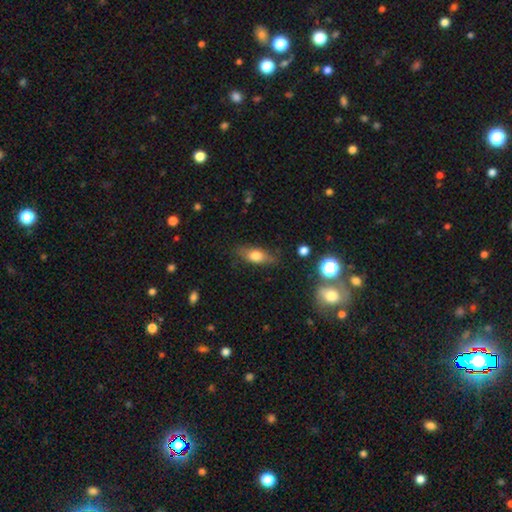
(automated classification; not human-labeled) Morphology: type=smooth (68%); roundness=in between (73%); merging=none (77%).